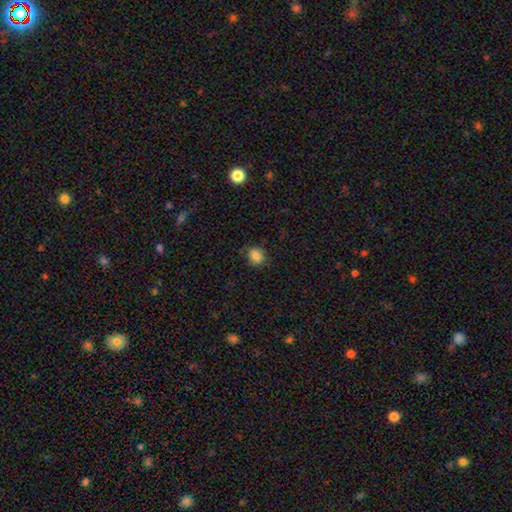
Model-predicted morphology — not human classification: smooth 84%, star or artifact 10%, featured or disk 6%. Down the decision tree: how rounded — round (62%); merging — none (75%).